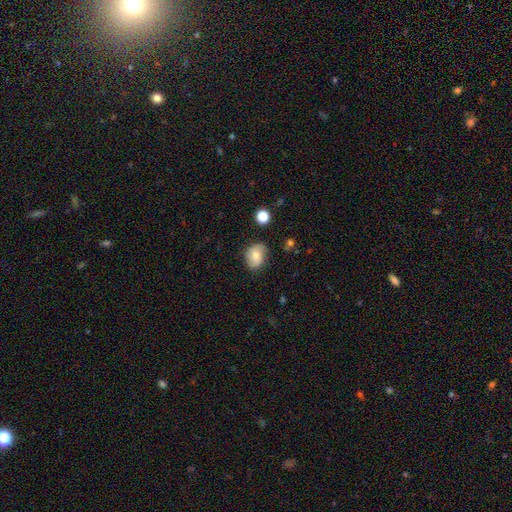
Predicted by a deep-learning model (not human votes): Q: Smooth or featured?
A: smooth (64%); runner-up: featured or disk (27%)
Q: How rounded?
A: in between (52%); runner-up: round (47%)
Q: Merging?
A: none (70%); runner-up: minor disturbance (22%)